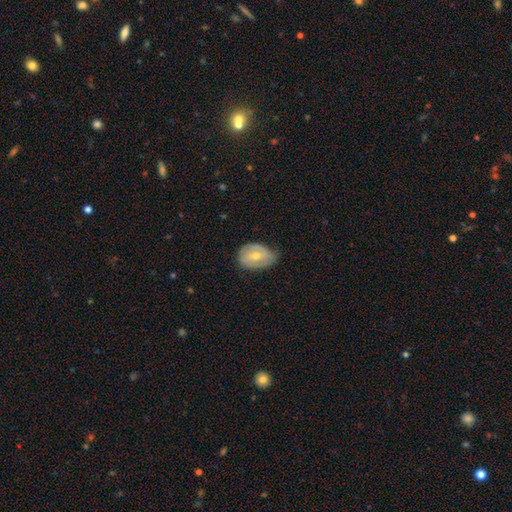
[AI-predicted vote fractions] A featured or disk galaxy (52%). Merging: none (62%).